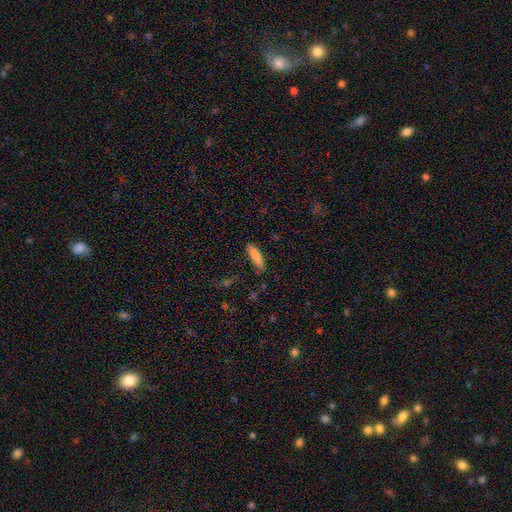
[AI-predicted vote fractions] Q: Smooth or featured?
A: smooth (84%); runner-up: featured or disk (10%)
Q: How rounded?
A: cigar-shaped (68%); runner-up: in between (30%)
Q: Merging?
A: none (83%); runner-up: minor disturbance (12%)